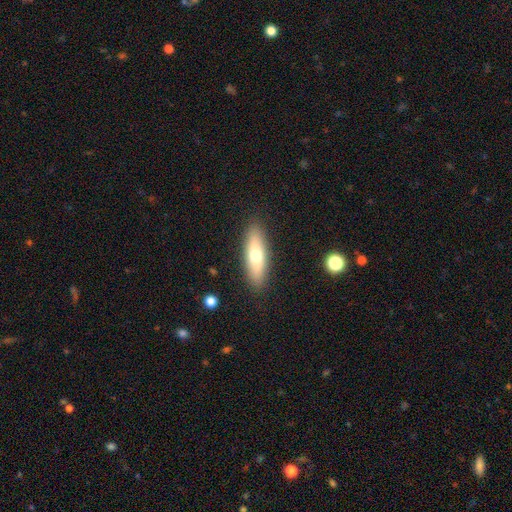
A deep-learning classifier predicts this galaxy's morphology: Smooth or featured? Predicted: smooth (p=0.64). How rounded? Predicted: cigar-shaped (p=0.51). Merging? Predicted: none (p=0.88).